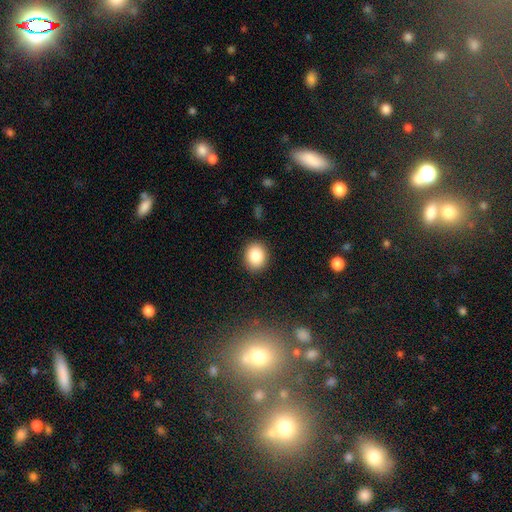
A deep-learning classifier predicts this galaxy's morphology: Smooth or featured? smooth (86%)
How rounded? round (60%)
Merging? none (89%)